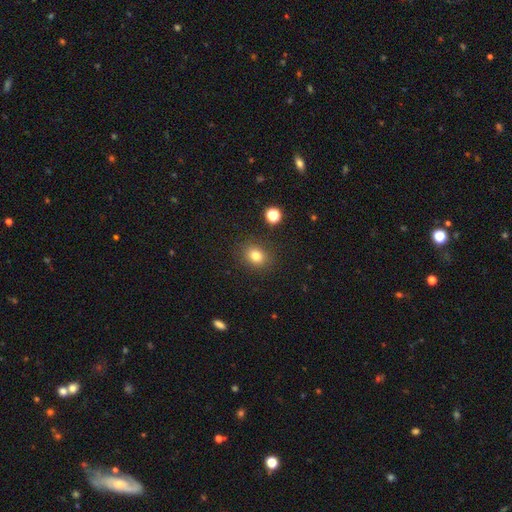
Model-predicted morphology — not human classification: Smooth or featured? smooth (81%)
How rounded? round (58%)
Merging? none (87%)